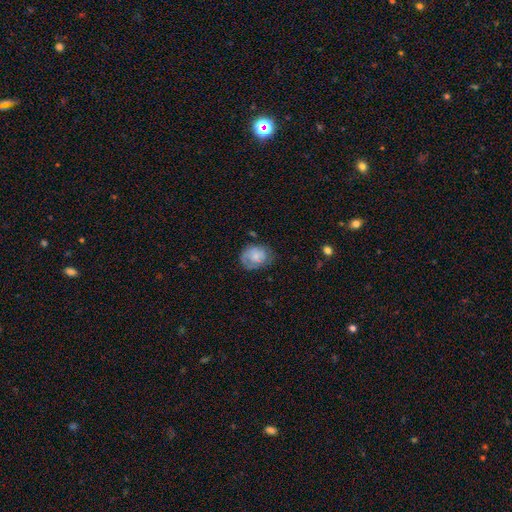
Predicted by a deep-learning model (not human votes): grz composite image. It shows a smooth galaxy with no disk features (62%) that is in between round and cigar-shaped (58%). Merging: none (58%).